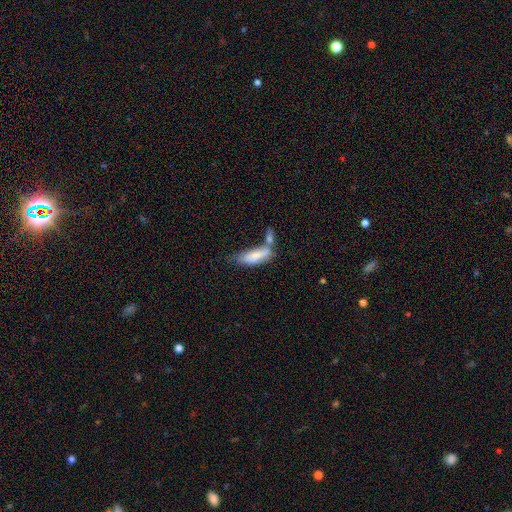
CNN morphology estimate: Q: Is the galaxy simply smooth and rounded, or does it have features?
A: smooth — 74%.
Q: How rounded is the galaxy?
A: in between — 62%.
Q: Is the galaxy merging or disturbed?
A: merger — 46%.